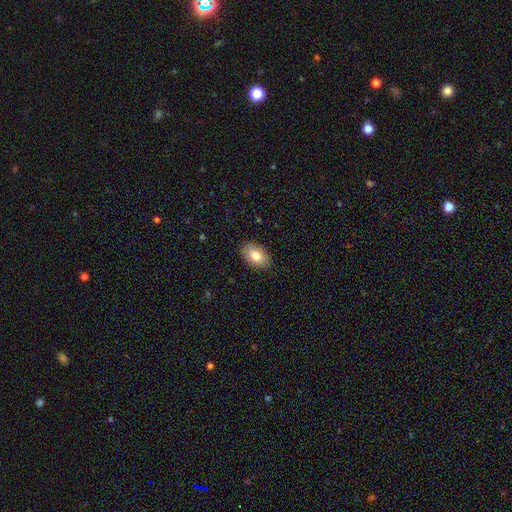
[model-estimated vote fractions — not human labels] smooth 79%, featured or disk 13%, star or artifact 7%. Down the decision tree: how rounded — in between (91%); merging — none (88%).